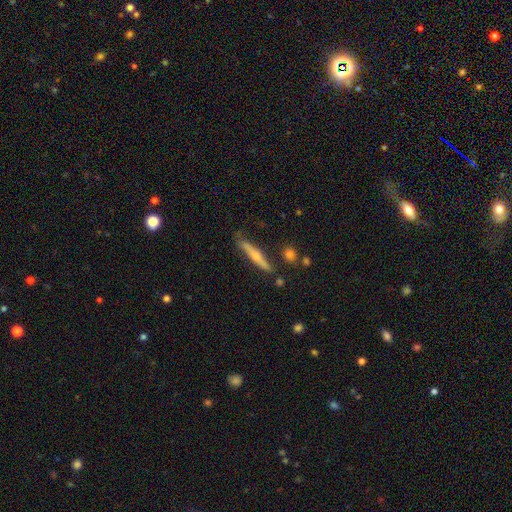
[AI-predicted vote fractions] A featured or disk galaxy (58%) viewed edge-on (95%) with a rounded central bulge (84%).

Vote fractions:
- Smooth or featured? featured or disk: 58% / smooth: 36% / star or artifact: 6%
- Edge-on disk? yes: 95% / no: 5%
- Edge-on bulge? rounded: 84% / none: 12% / boxy: 4%
- Merging? none: 79% / minor disturbance: 15% / merger: 3% / major disturbance: 3%